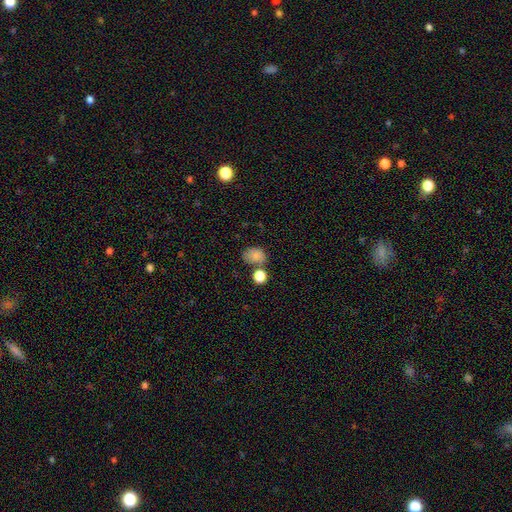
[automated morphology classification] Overall: smooth (80%). How rounded: in between (59%; round 40%). Merging: none (56%; merger 20%).